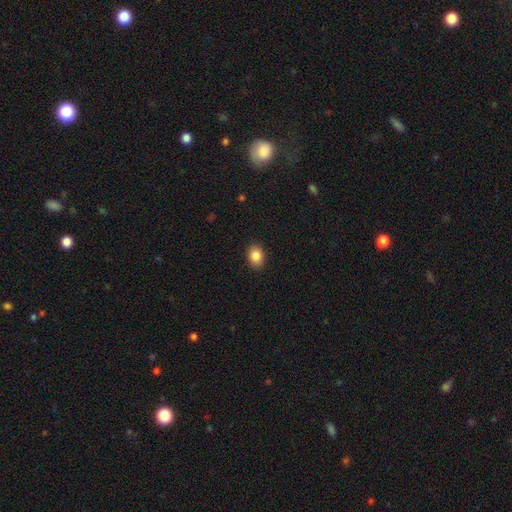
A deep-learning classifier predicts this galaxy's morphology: A smooth galaxy with no disk features (86%) that is in between round and cigar-shaped (68%).

Vote fractions:
- Smooth or featured? smooth: 86% / star or artifact: 9% / featured or disk: 5%
- How rounded? in between: 68% / round: 31% / cigar-shaped: 1%
- Merging? none: 90% / minor disturbance: 7% / major disturbance: 2% / merger: 1%